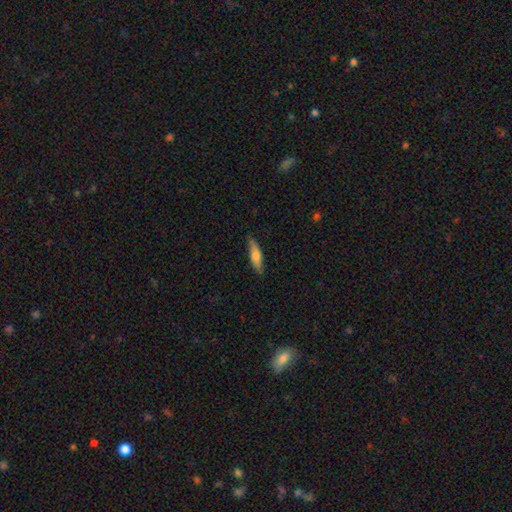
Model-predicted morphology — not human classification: Smooth or featured?
  - smooth: 68% *
  - featured or disk: 26%
  - star or artifact: 6%
How rounded?
  - cigar-shaped: 68% *
  - in between: 30%
  - round: 2%
Merging?
  - none: 83% *
  - minor disturbance: 14%
  - major disturbance: 2%
  - merger: 1%